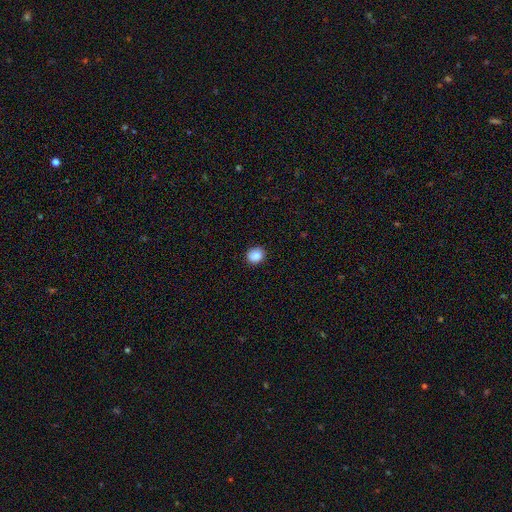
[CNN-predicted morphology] Smooth or featured? smooth (86%)
How rounded? round (75%)
Merging? none (89%)